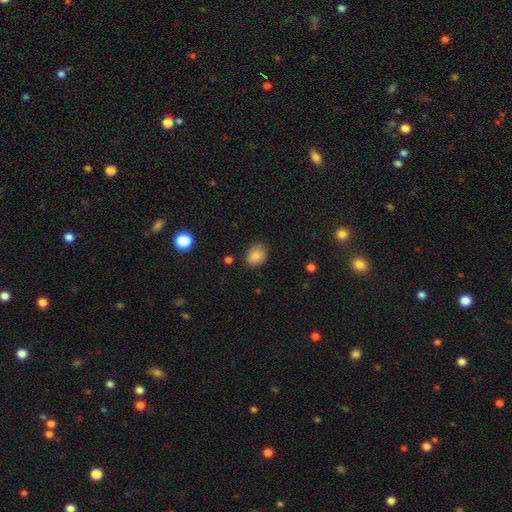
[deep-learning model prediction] Morphology: type=smooth (86%); roundness=in between (57%); merging=none (82%).